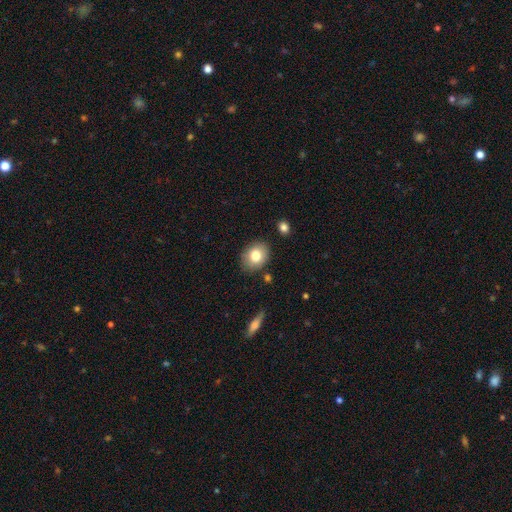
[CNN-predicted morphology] Smooth or featured? smooth (79%)
How rounded? in between (55%)
Merging? none (84%)